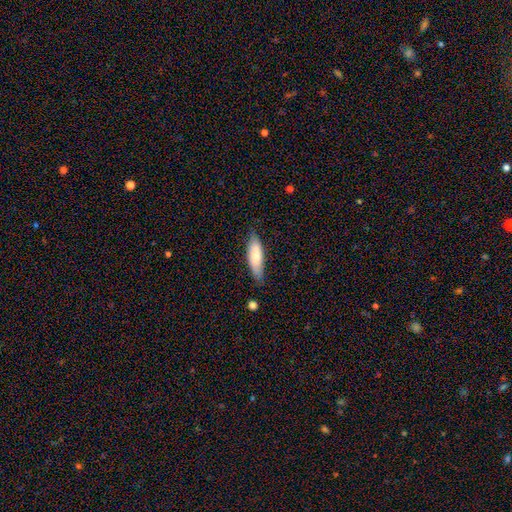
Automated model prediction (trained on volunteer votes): smooth 75%, featured or disk 19%, star or artifact 6%. Down the decision tree: how rounded — cigar-shaped (57%); merging — none (77%).